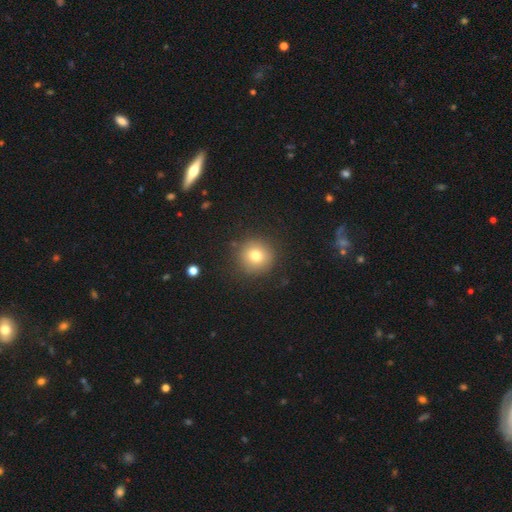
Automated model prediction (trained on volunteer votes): Q: Smooth or featured?
A: smooth (77%); runner-up: star or artifact (12%)
Q: How rounded?
A: round (94%); runner-up: in between (5%)
Q: Merging?
A: none (88%); runner-up: minor disturbance (7%)